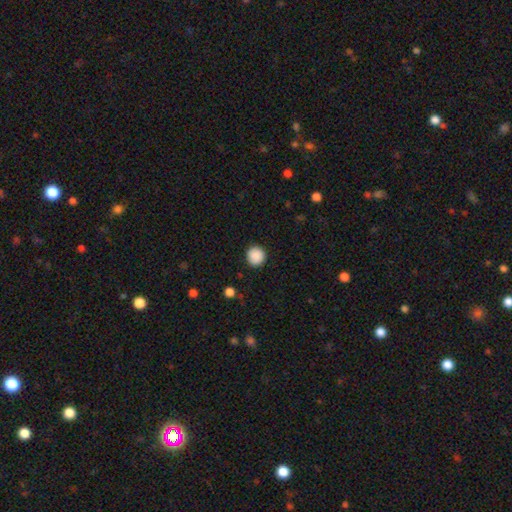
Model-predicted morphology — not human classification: type=smooth (89%); roundness=round (93%); merging=none (91%).